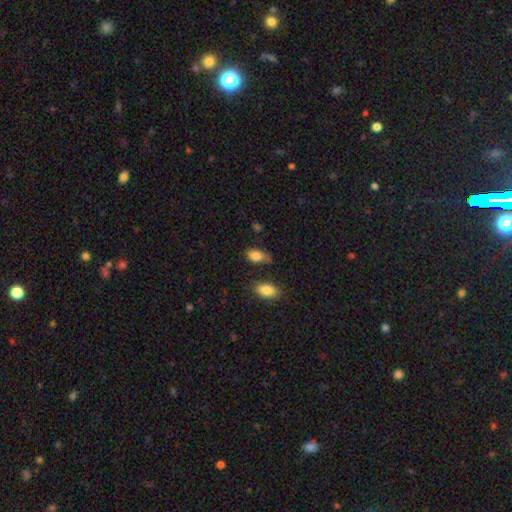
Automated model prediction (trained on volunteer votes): This appears to be a smooth galaxy with no disk features (83%) that is in between round and cigar-shaped (91%). Merging: none (55%).